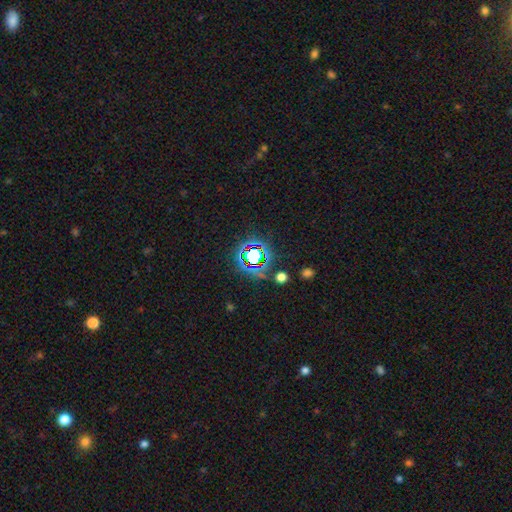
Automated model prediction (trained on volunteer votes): A star or artifact, not a galaxy (67%).